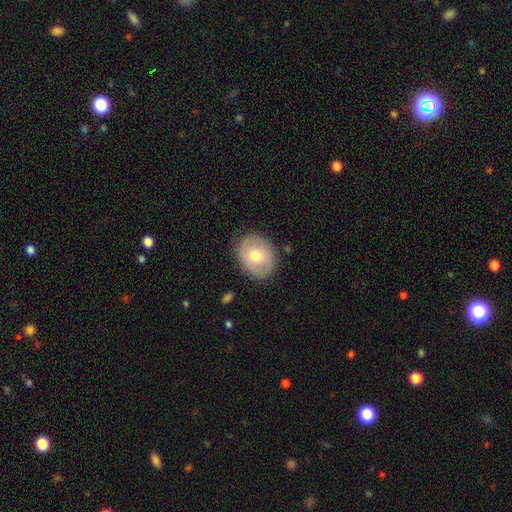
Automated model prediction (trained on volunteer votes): Smooth or featured: smooth — 60% (featured or disk — 33%)
How rounded: in between — 50% (round — 49%)
Merging: none — 84% (minor disturbance — 12%)